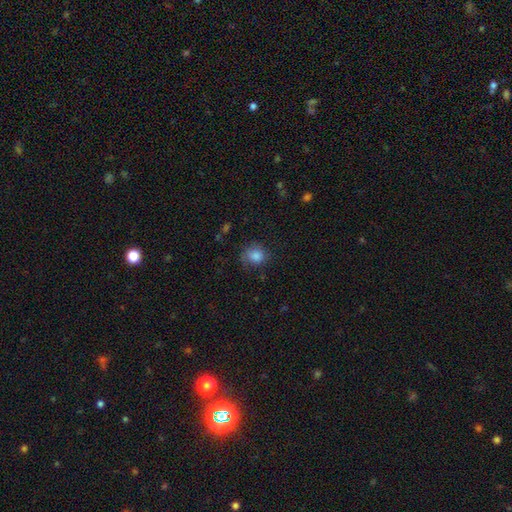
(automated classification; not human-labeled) Overall: smooth (84%). How rounded: round (74%). Merging: none (65%).